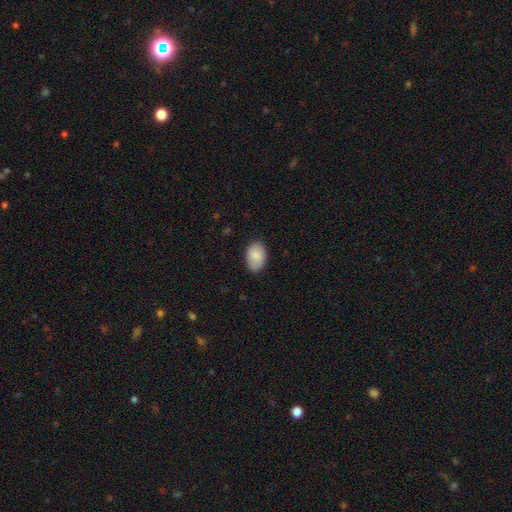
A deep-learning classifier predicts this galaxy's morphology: This is clearly a smooth galaxy (88%). How rounded: clearly in between (88%). Merging: likely none (80%).